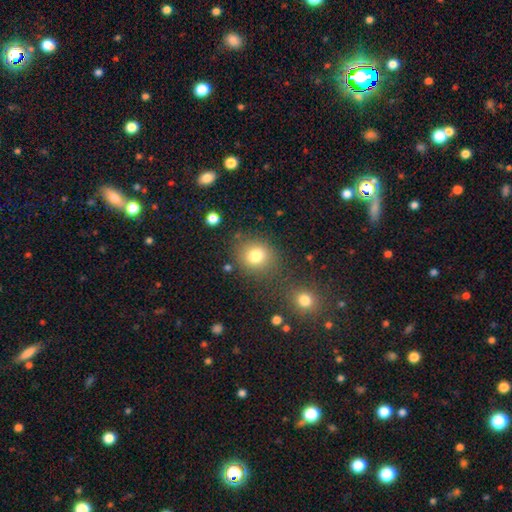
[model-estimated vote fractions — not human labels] A smooth galaxy with no disk features (79%) that is round (75%). Merging: none (74%).